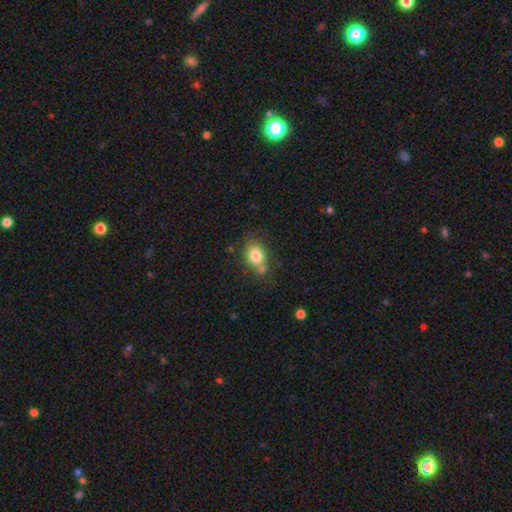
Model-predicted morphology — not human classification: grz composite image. It shows a smooth galaxy with no disk features (80%) that is in between round and cigar-shaped (67%). Merging: none (61%).